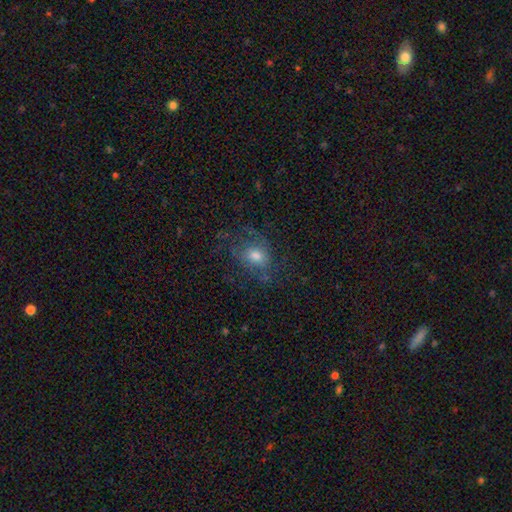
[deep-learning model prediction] Smooth or featured?
  - featured or disk: 50% *
  - smooth: 38%
  - star or artifact: 13%
Merging?
  - none: 55% *
  - major disturbance: 22%
  - minor disturbance: 21%
  - merger: 2%